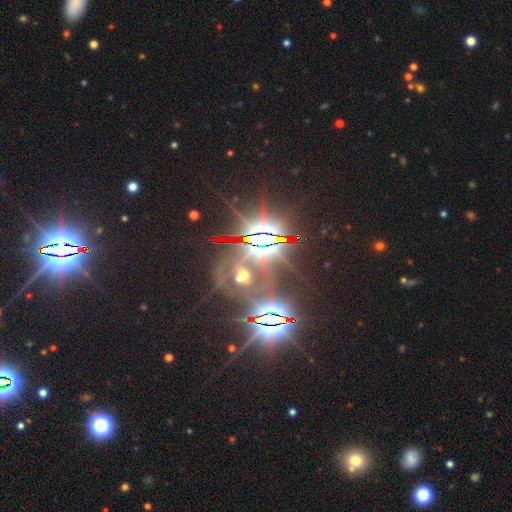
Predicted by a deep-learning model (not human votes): The model was most divided on "smooth or featured": star or artifact: 85%, featured or disk: 8%, smooth: 8%.